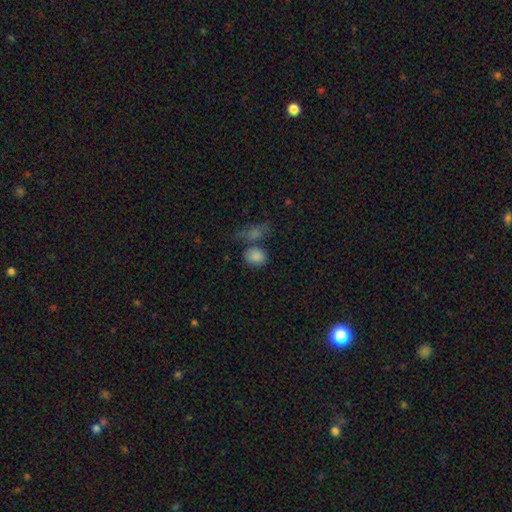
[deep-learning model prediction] Morphology: type=smooth (83%); roundness=in between (55%); merging=none (59%).